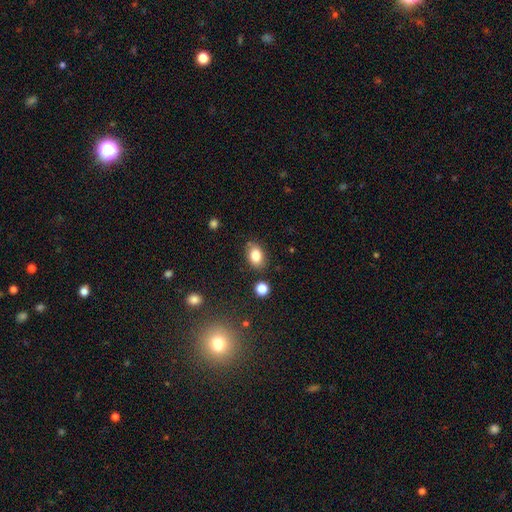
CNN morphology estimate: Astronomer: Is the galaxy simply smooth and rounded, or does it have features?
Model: smooth — 83%.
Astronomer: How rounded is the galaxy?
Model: in between — 83%.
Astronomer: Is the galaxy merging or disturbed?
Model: none — 81%.